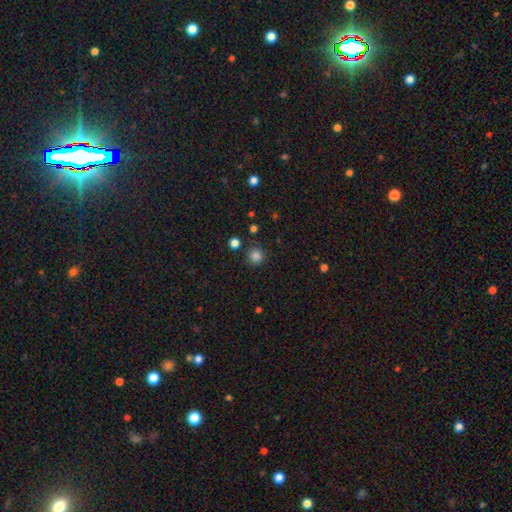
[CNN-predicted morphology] Q: Smooth or featured?
A: smooth (83%); runner-up: star or artifact (13%)
Q: How rounded?
A: round (92%); runner-up: in between (7%)
Q: Merging?
A: none (86%); runner-up: minor disturbance (8%)